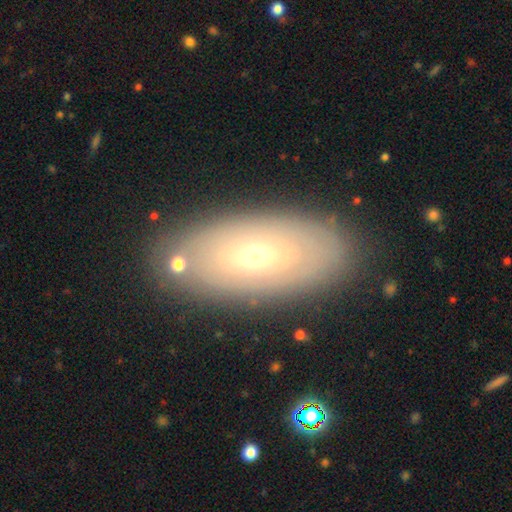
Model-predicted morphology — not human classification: Smooth or featured?
  - smooth: 47% *
  - featured or disk: 44%
  - star or artifact: 9%
Merging?
  - none: 84% *
  - minor disturbance: 10%
  - major disturbance: 3%
  - merger: 3%